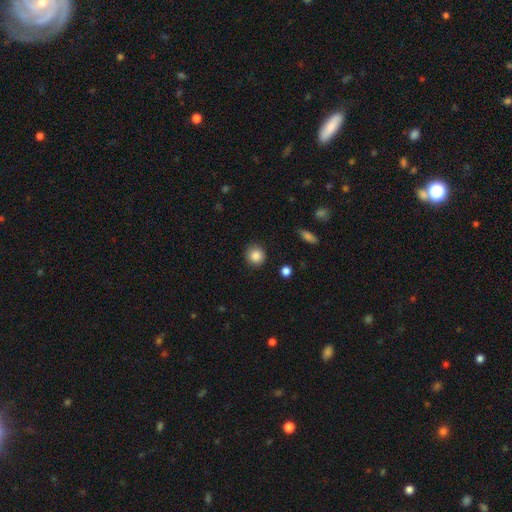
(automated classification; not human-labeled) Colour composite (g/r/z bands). It shows a smooth galaxy with no disk features (87%) that is round (90%). Merging: none (89%).